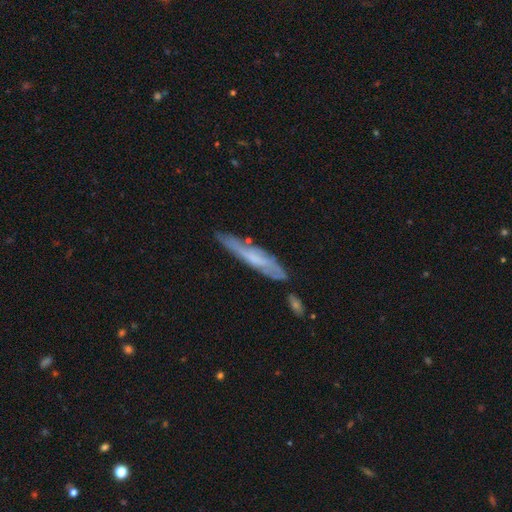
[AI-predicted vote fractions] Morphology: type=featured or disk (55%); edge-on=yes (70%); merging=none (74%).